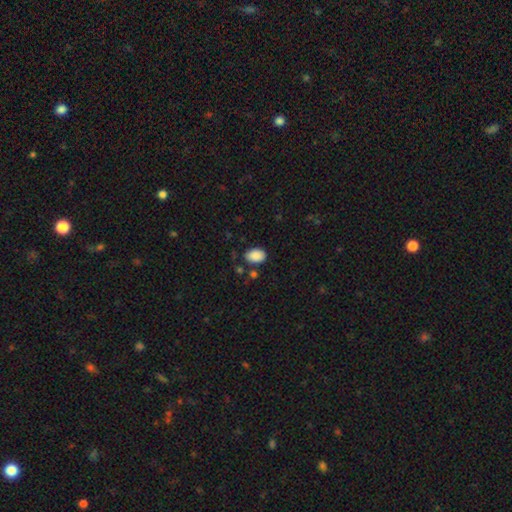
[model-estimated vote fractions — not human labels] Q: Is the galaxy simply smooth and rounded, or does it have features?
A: smooth — 89%.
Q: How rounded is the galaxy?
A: in between — 86%.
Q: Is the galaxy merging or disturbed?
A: none — 80%.